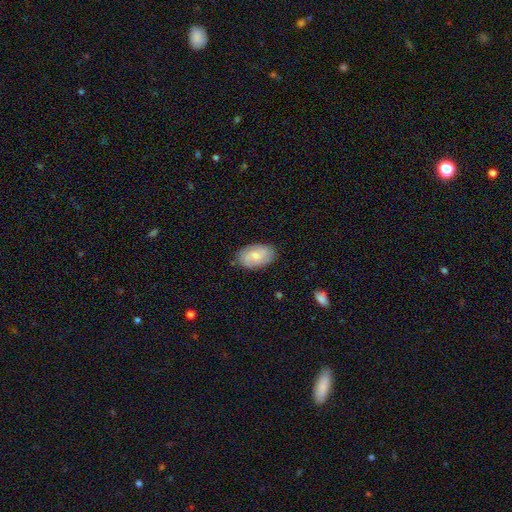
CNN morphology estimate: Smooth or featured: featured or disk — 48% (smooth — 46%)
Merging: none — 81% (minor disturbance — 15%)